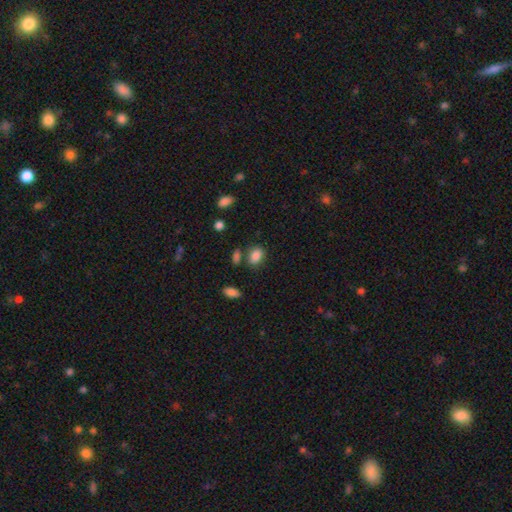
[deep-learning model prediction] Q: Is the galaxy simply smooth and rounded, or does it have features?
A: smooth — 85%.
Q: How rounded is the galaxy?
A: in between — 81%.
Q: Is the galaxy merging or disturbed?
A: none — 67%.